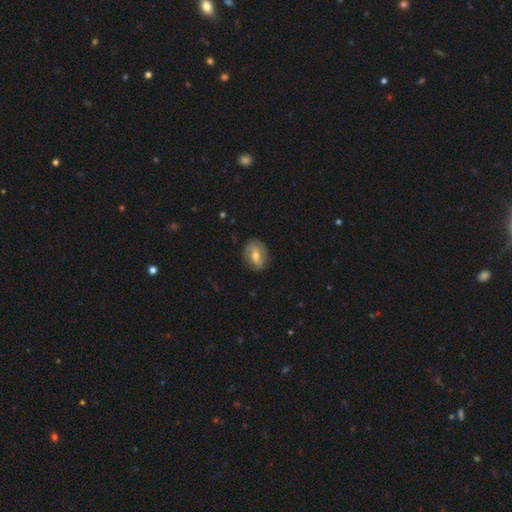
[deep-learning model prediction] Q: Smooth or featured?
A: featured or disk (56%); runner-up: smooth (37%)
Q: Edge-on disk?
A: no (94%); runner-up: yes (6%)
Q: Bar?
A: weak (44%); runner-up: no (29%)
Q: Spiral arms?
A: yes (73%); runner-up: no (27%)
Q: Bulge size?
A: moderate (65%); runner-up: small (29%)
Q: Merging?
A: none (80%); runner-up: minor disturbance (15%)